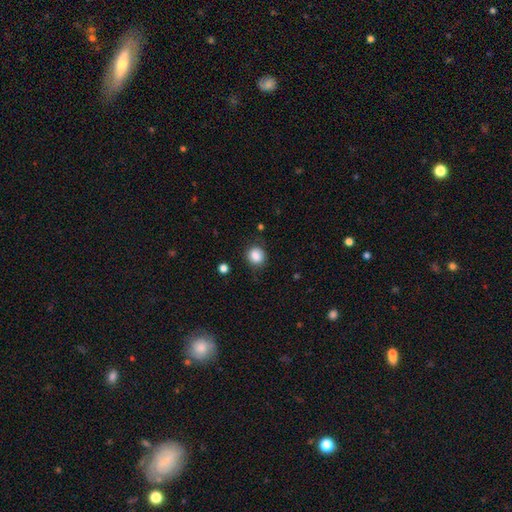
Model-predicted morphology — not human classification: A smooth galaxy with no disk features (85%) that is round (75%). Merging: none (81%).